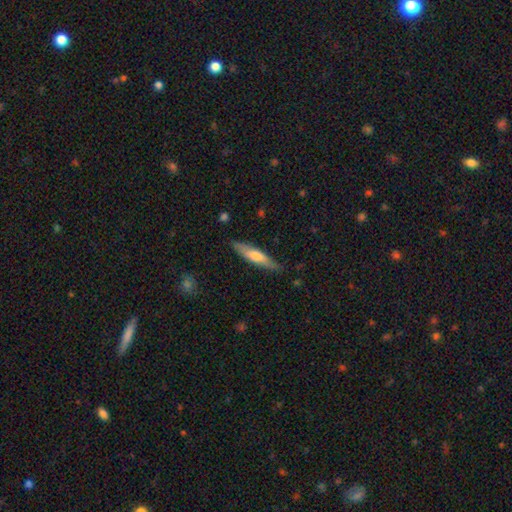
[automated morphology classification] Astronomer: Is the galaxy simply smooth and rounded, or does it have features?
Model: smooth — 53% (runner-up: featured or disk, 41%).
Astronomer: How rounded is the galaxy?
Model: cigar-shaped — 83%.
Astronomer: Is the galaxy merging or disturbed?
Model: none — 84%.